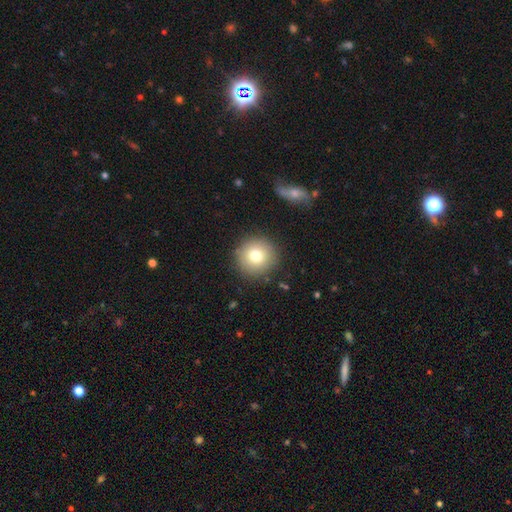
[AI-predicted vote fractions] This is likely a smooth galaxy (77%). How rounded: clearly round (95%). Merging: clearly none (88%).